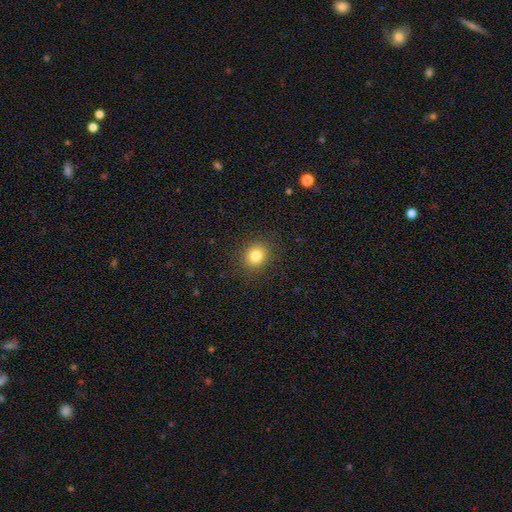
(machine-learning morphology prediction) Smooth or featured? Predicted: smooth (p=0.81). How rounded? Predicted: round (p=0.73). Merging? Predicted: none (p=0.89).